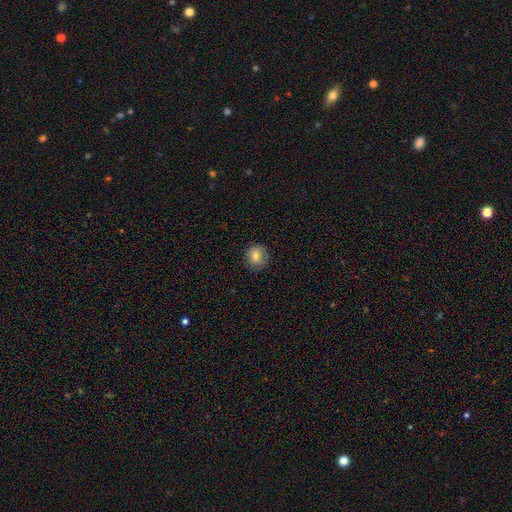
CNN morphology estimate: Smooth or featured? Predicted: smooth (p=0.79). How rounded? Predicted: round (p=0.86). Merging? Predicted: none (p=0.86).